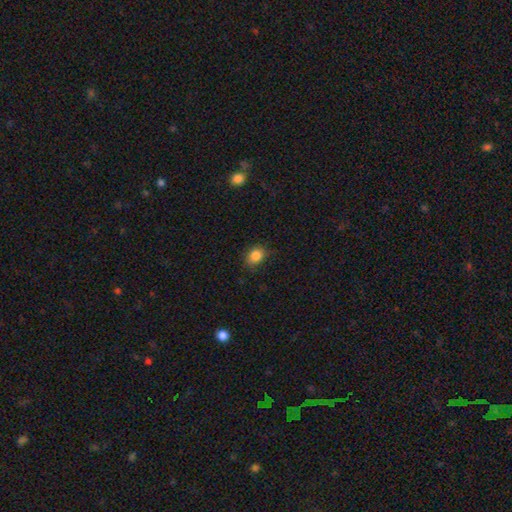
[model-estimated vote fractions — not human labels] Smooth or featured? Predicted: smooth (p=0.85). How rounded? Predicted: in between (p=0.54). Merging? Predicted: none (p=0.79).